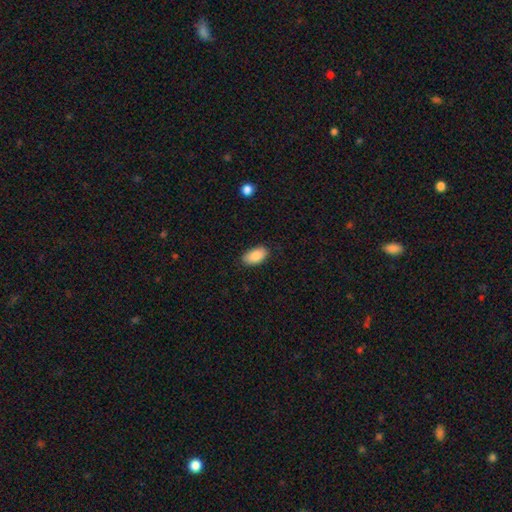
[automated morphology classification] Overall: smooth (89%). How rounded: in between (94%). Merging: none (86%).